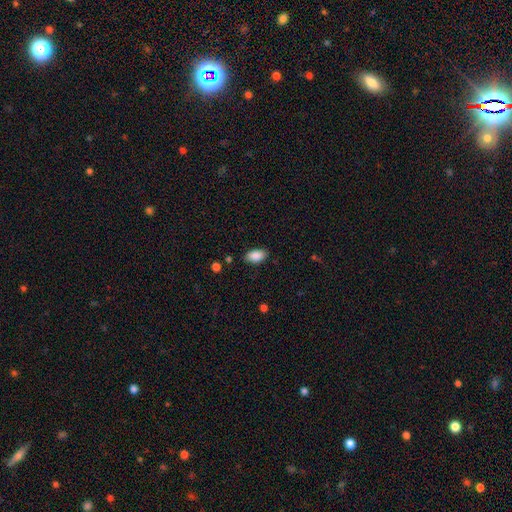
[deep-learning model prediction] smooth 89%, star or artifact 7%, featured or disk 4%. Down the decision tree: how rounded — in between (93%); merging — none (84%).